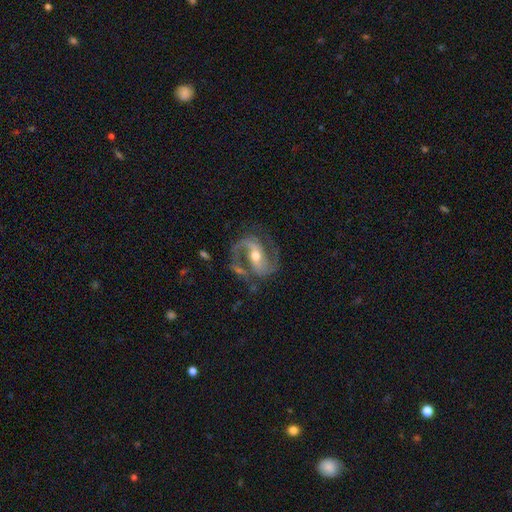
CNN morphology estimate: Smooth or featured? Predicted: featured or disk (p=0.91). Edge-on disk? Predicted: no (p=0.97). Bar? Predicted: strong (p=0.49). Spiral arms? Predicted: yes (p=0.97). Spiral winding? Predicted: medium (p=0.61). Spiral arm count? Predicted: 2 (p=0.91). Bulge size? Predicted: moderate (p=0.66). Merging? Predicted: none (p=0.72).